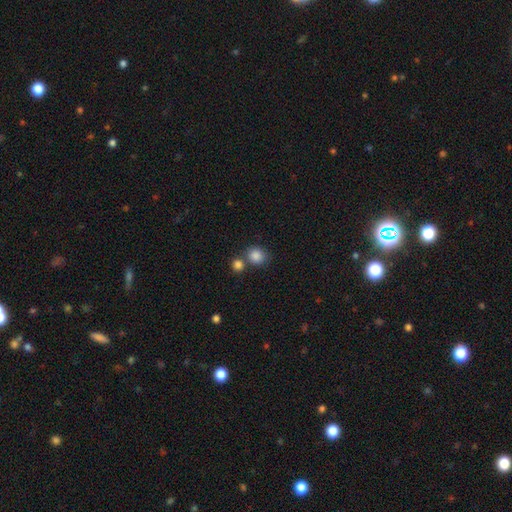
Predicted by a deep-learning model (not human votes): Morphology: type=smooth (86%); roundness=round (80%); merging=none (59%).